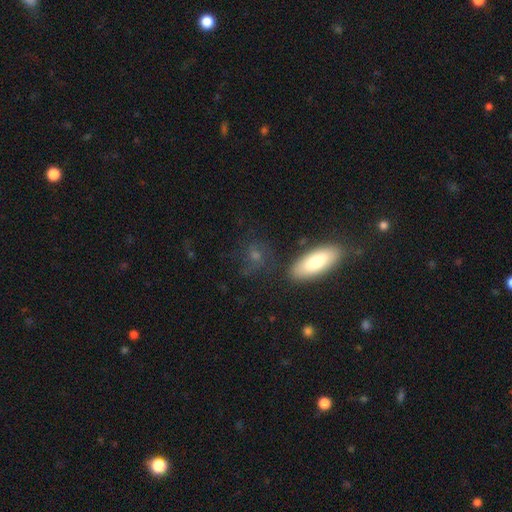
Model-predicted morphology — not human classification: smooth-or-featured: smooth: 61% | featured or disk: 22% | star or artifact: 17%
  how-rounded: in between: 52% | round: 38% | cigar-shaped: 11%
  merging: none: 67% | minor disturbance: 17% | major disturbance: 9% | merger: 6%